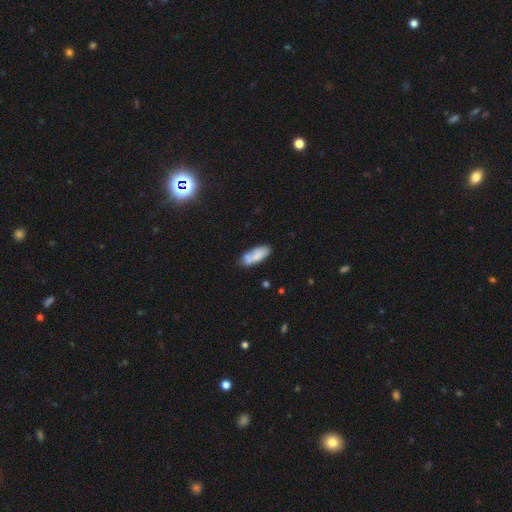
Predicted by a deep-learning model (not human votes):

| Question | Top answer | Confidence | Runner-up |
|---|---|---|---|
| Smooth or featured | smooth | 76% | featured or disk (17%) |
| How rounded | in between | 71% | cigar-shaped (27%) |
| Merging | none | 57% | minor disturbance (20%) |